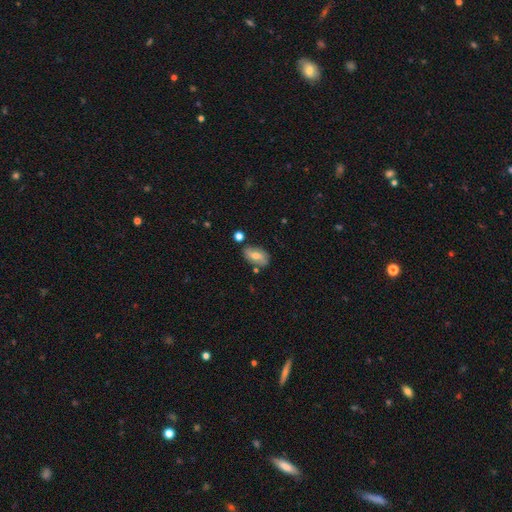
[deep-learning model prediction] smooth 58%, featured or disk 34%, star or artifact 8%. Down the decision tree: how rounded — in between (89%); merging — none (74%).